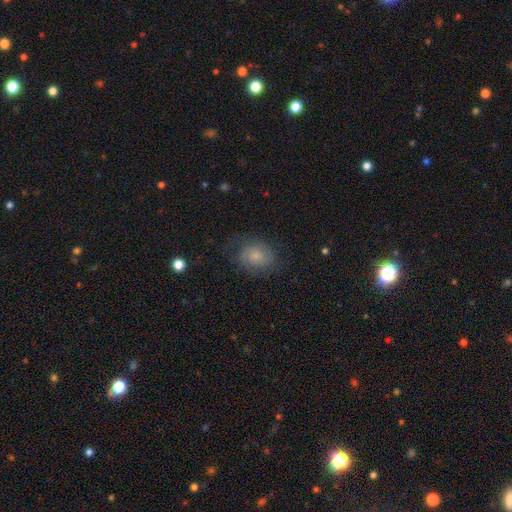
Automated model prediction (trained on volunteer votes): smooth-or-featured: featured or disk: 45% | smooth: 44% | star or artifact: 11%
  merging: none: 69% | minor disturbance: 19% | major disturbance: 11% | merger: 1%